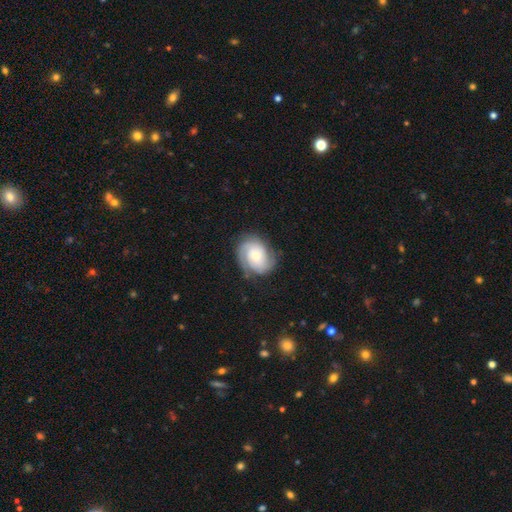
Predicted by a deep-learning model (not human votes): Smooth or featured: featured or disk — 73% (smooth — 21%)
Edge-on disk: no — 97% (yes — 3%)
Bar: no — 72% (weak — 22%)
Spiral arms: yes — 93% (no — 7%)
Spiral winding: tight — 57% (medium — 33%)
Spiral arm count: 2 — 58% (can't tell — 18%)
Bulge size: small — 47% (moderate — 44%)
Merging: none — 72% (minor disturbance — 19%)